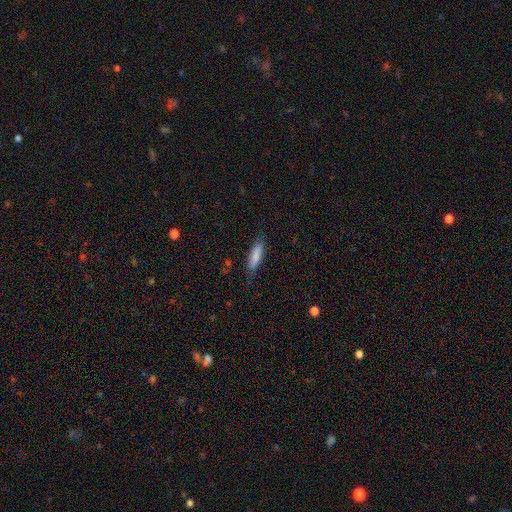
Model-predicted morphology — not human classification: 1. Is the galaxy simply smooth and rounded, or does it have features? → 82% smooth, 12% featured or disk, 6% star or artifact.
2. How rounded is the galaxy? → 58% cigar-shaped, 41% in between, 2% round.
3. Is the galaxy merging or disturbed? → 80% none, 15% minor disturbance, 4% major disturbance, 1% merger.